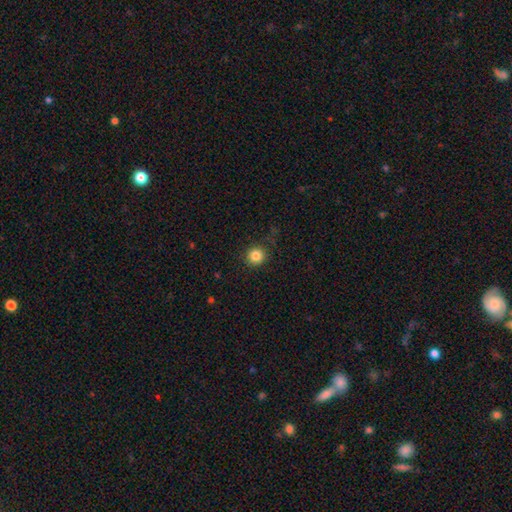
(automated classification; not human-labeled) smooth 84%, star or artifact 11%, featured or disk 5%. Down the decision tree: how rounded — round (94%); merging — none (89%).